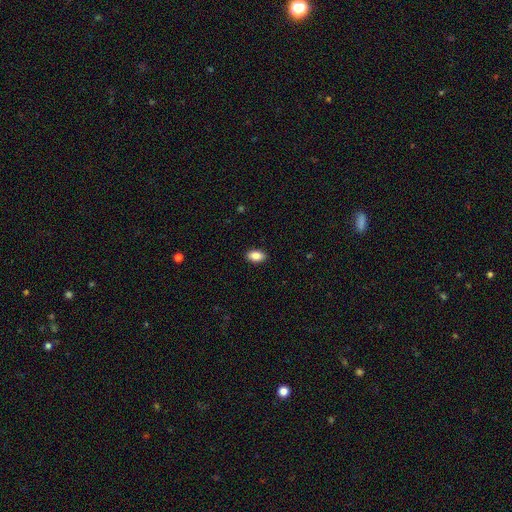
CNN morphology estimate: Smooth or featured? Predicted: smooth (p=0.88). How rounded? Predicted: in between (p=0.91). Merging? Predicted: none (p=0.90).